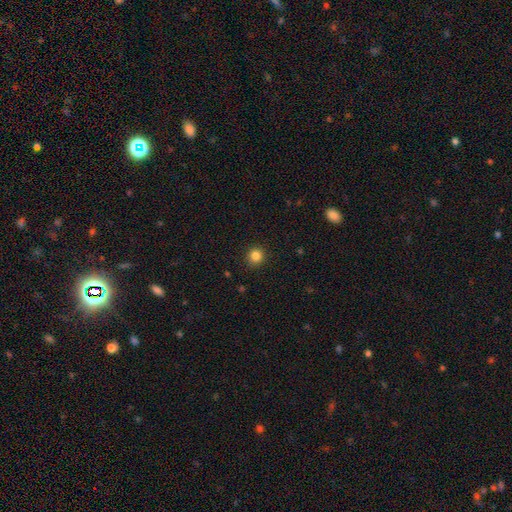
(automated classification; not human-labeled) Q: Smooth or featured?
A: smooth (84%); runner-up: star or artifact (12%)
Q: How rounded?
A: round (89%); runner-up: in between (10%)
Q: Merging?
A: none (91%); runner-up: minor disturbance (6%)